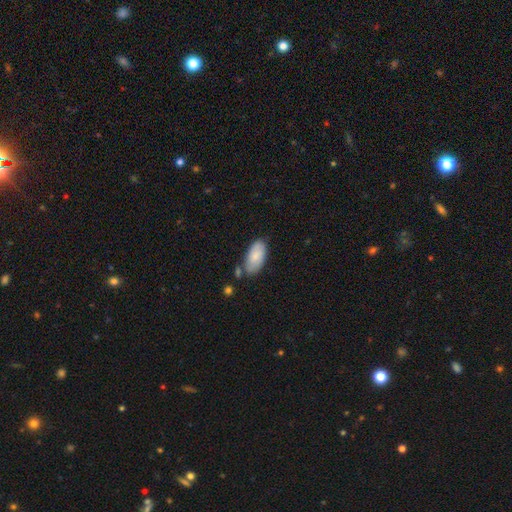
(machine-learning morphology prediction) Smooth or featured: smooth — 80% (featured or disk — 14%)
How rounded: in between — 94% (cigar-shaped — 4%)
Merging: none — 65% (minor disturbance — 22%)